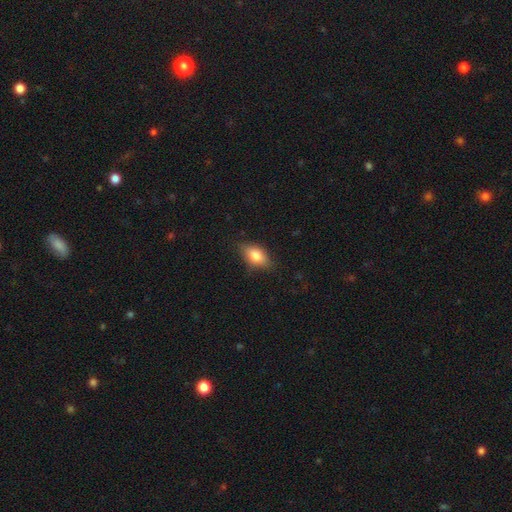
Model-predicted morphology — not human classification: Smooth or featured?
  - smooth: 79% *
  - featured or disk: 14%
  - star or artifact: 8%
How rounded?
  - in between: 87% *
  - round: 8%
  - cigar-shaped: 5%
Merging?
  - none: 79% *
  - minor disturbance: 17%
  - major disturbance: 3%
  - merger: 1%